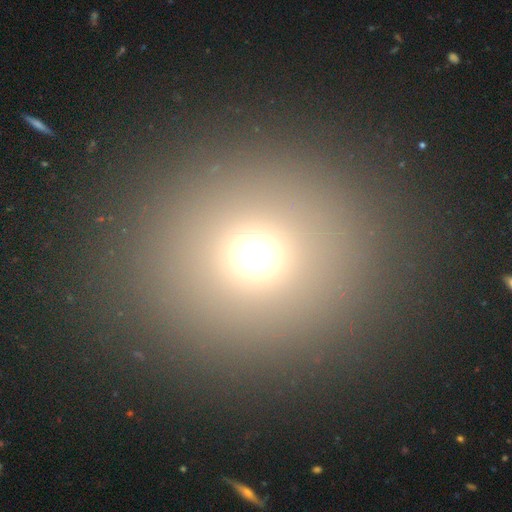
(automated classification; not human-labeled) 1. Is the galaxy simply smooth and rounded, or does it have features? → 68% smooth, 23% star or artifact, 10% featured or disk.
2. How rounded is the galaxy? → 89% round, 10% in between, 1% cigar-shaped.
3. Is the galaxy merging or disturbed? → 88% none, 6% minor disturbance, 4% major disturbance, 2% merger.